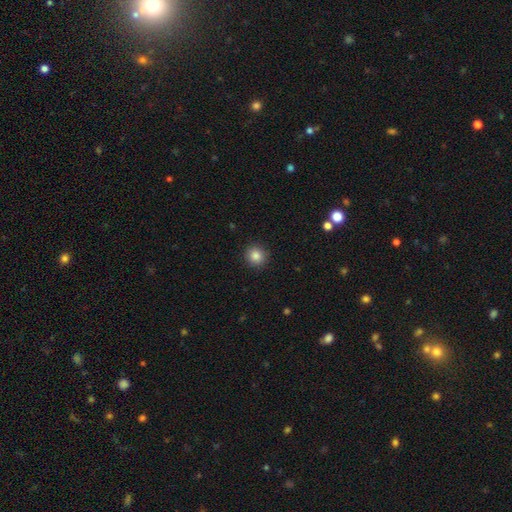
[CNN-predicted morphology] smooth-or-featured: smooth: 85% | star or artifact: 10% | featured or disk: 5%
  how-rounded: round: 90% | in between: 9% | cigar-shaped: 1%
  merging: none: 91% | minor disturbance: 6% | major disturbance: 2% | merger: 1%